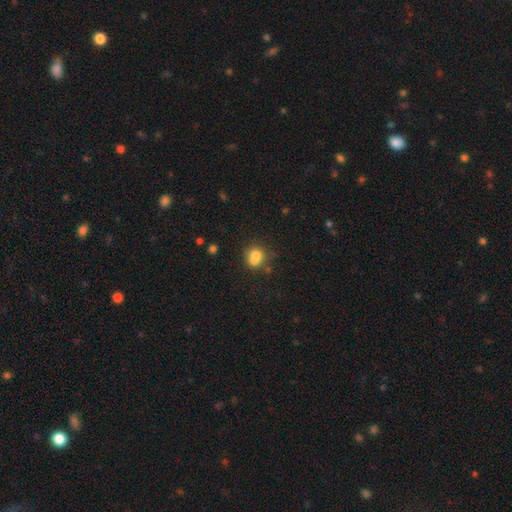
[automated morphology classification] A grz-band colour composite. It shows a smooth galaxy with no disk features (75%) that is round (63%). Merging: none (42%).